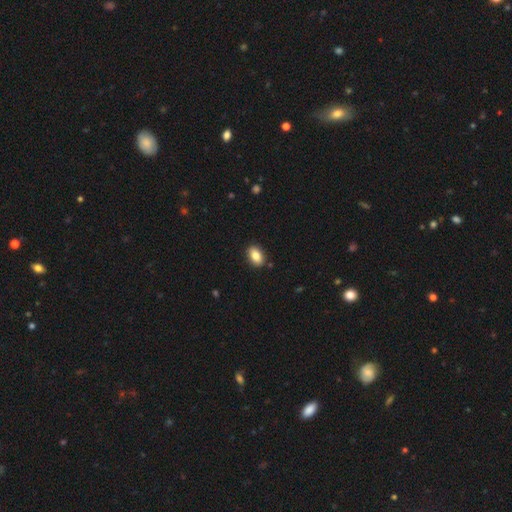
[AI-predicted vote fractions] Overall: smooth (84%). How rounded: in between (87%). Merging: none (89%).